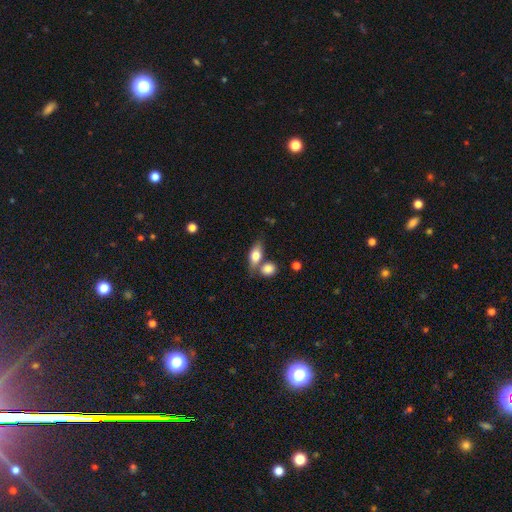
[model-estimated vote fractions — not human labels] Morphology: type=smooth (70%); roundness=in between (77%); merging=none (52%).